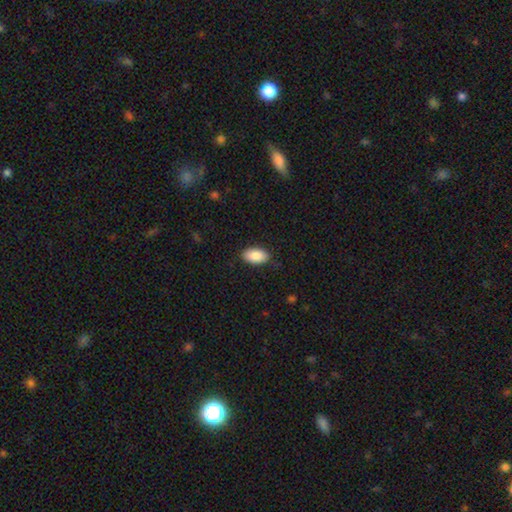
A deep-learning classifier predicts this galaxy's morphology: smooth 88%, star or artifact 7%, featured or disk 5%. Down the decision tree: how rounded — in between (94%); merging — none (86%).